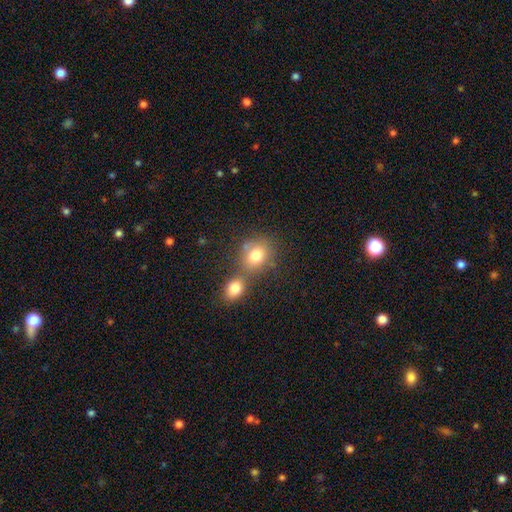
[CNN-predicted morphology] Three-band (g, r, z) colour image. It shows a smooth galaxy with no disk features (78%) that is round (55%). Merging: none (45%).